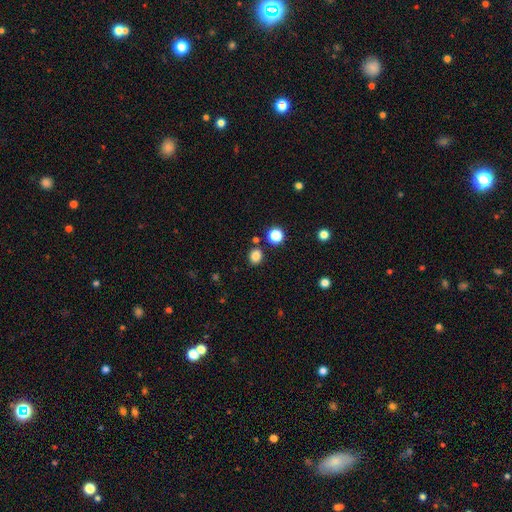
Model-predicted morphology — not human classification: Smooth or featured? Predicted: smooth (p=0.82). How rounded? Predicted: round (p=0.68). Merging? Predicted: none (p=0.84).